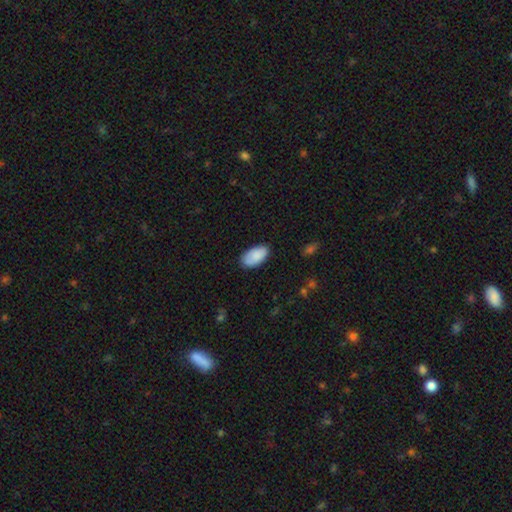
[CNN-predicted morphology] This appears to be a smooth galaxy with no disk features (87%) that is in between round and cigar-shaped (95%). Merging: none (78%).